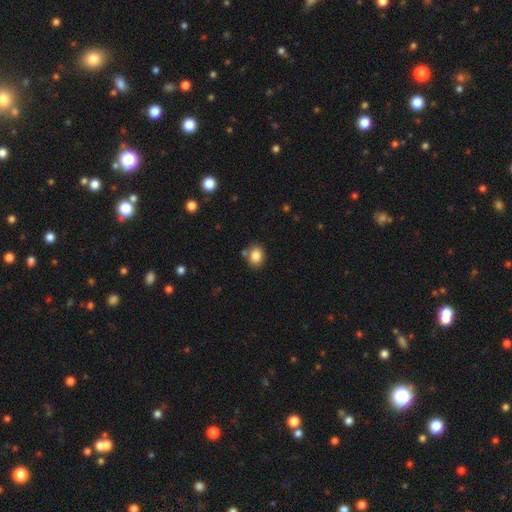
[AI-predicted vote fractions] smooth-or-featured: smooth: 84% | star or artifact: 9% | featured or disk: 7%
  how-rounded: in between: 51% | round: 48% | cigar-shaped: 1%
  merging: none: 74% | minor disturbance: 12% | merger: 10% | major disturbance: 3%